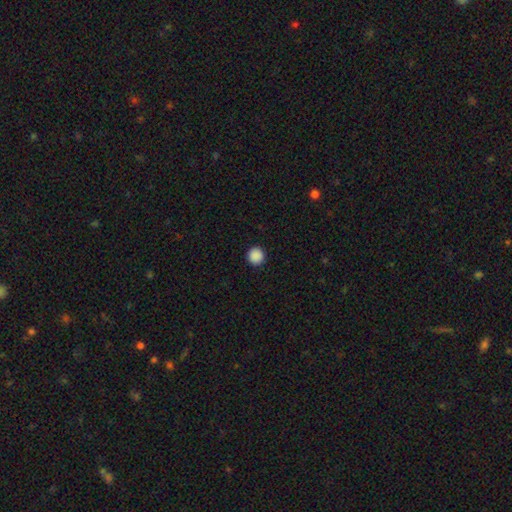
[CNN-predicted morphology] The model was most divided on "smooth or featured": smooth: 89%, star or artifact: 9%, featured or disk: 2%. More confident: how rounded — round (95%); merging — none (93%).